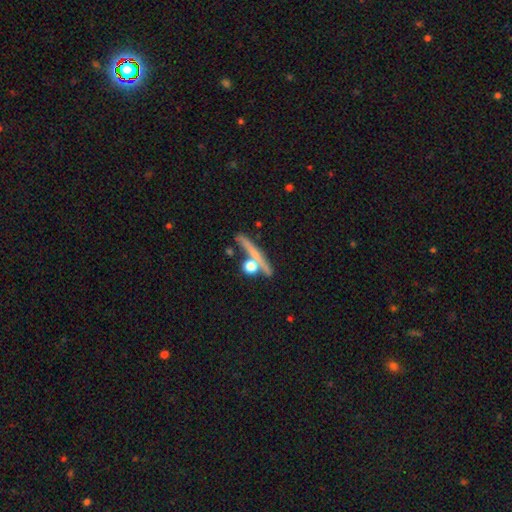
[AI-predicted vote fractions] The model was most divided on "smooth or featured": smooth: 50%, featured or disk: 39%, star or artifact: 11%. More confident: merging — none (65%); how rounded — cigar-shaped (60%).